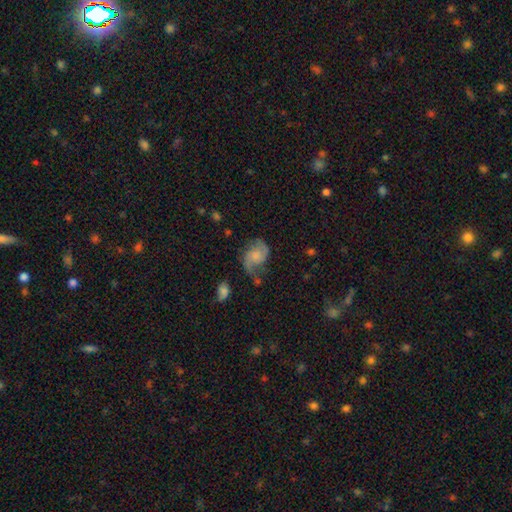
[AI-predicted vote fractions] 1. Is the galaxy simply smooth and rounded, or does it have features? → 70% featured or disk, 22% smooth, 8% star or artifact.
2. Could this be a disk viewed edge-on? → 98% no, 2% yes.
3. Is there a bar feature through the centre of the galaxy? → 64% no, 31% weak, 5% strong.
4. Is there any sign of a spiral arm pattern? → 93% yes, 7% no.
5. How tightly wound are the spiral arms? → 48% loose, 40% medium, 12% tight.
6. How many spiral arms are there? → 85% 2, 7% 1, 4% can't tell, 1% 3, 1% 4, 1% more than 4.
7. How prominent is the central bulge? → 31% none (tied), 31% small (tied), 27% moderate, 9% large, 2% dominant.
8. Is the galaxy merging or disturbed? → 53% none, 25% minor disturbance, 18% major disturbance, 4% merger.